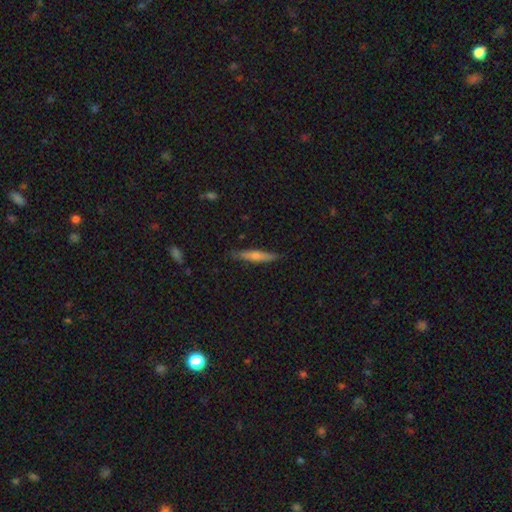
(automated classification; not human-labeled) Q: Smooth or featured?
A: smooth (50%); runner-up: featured or disk (44%)
Q: Merging?
A: none (86%); runner-up: minor disturbance (11%)